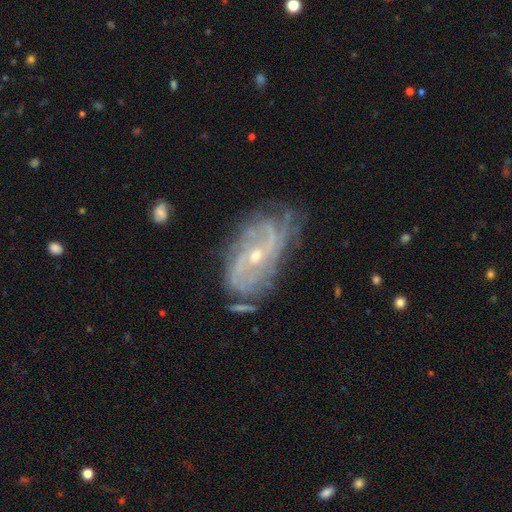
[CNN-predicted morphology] A featured or disk galaxy (85%) with no bar (53%), 2 (36%) tight (41%) spiral arms (92%) and a small central bulge (62%). Merging: none (60%).